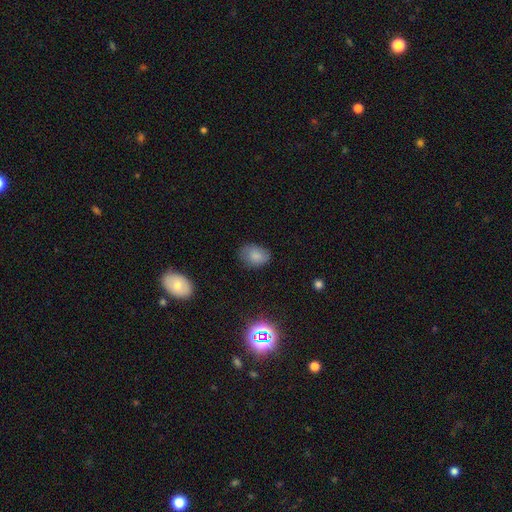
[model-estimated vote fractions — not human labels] The model was most divided on "how rounded": in between: 74%, round: 25%, cigar-shaped: 1%. More confident: smooth or featured — smooth (82%); merging — none (74%).